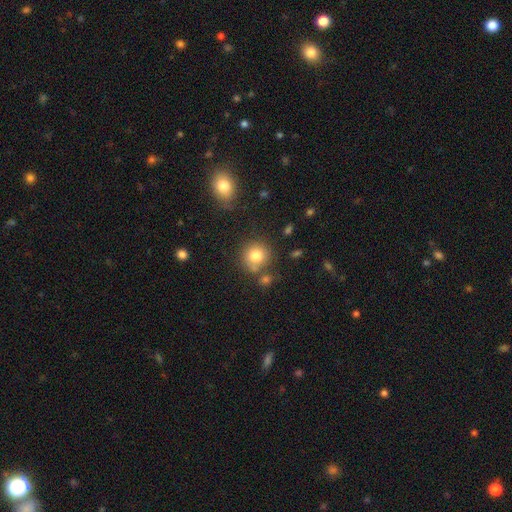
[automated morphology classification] smooth_or_featured: smooth (p=0.80) [alt: star or artifact p=0.11]
how_rounded: round (p=0.90) [alt: in between p=0.09]
merging: none (p=0.72) [alt: minor disturbance p=0.12]